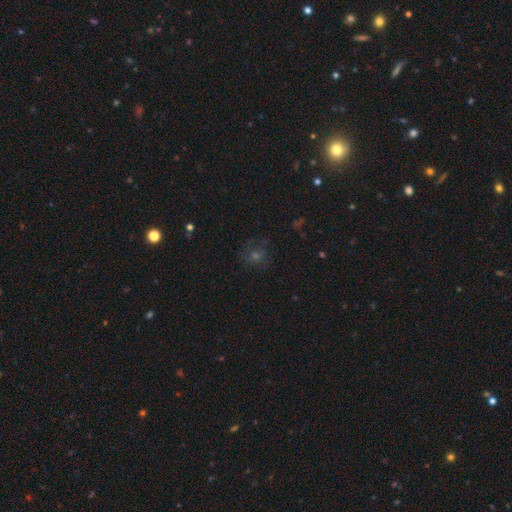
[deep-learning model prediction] This appears to be a smooth galaxy with no disk features (41%). Merging: none (75%).